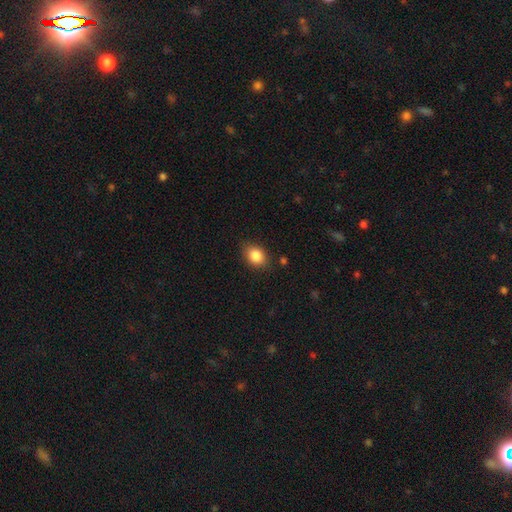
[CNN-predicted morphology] A smooth galaxy with no disk features (86%) that is in between round and cigar-shaped (62%).

Vote fractions:
- Smooth or featured? smooth: 86% / star or artifact: 9% / featured or disk: 5%
- How rounded? in between: 62% / round: 37% / cigar-shaped: 1%
- Merging? none: 82% / minor disturbance: 14% / major disturbance: 3% / merger: 2%